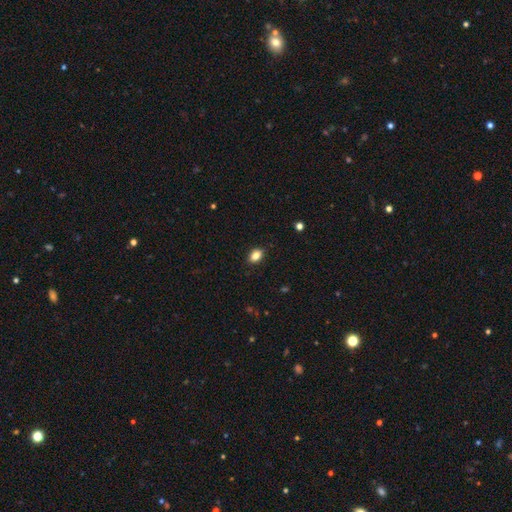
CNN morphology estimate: smooth-or-featured: smooth: 85% | star or artifact: 9% | featured or disk: 6%
  how-rounded: in between: 80% | round: 19% | cigar-shaped: 2%
  merging: none: 88% | minor disturbance: 9% | major disturbance: 2% | merger: 1%